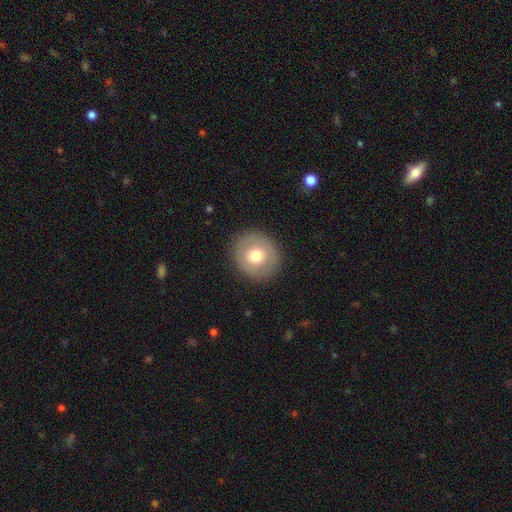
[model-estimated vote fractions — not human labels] smooth-or-featured: smooth: 67% | featured or disk: 25% | star or artifact: 8%
  how-rounded: round: 89% | in between: 10% | cigar-shaped: 1%
  merging: none: 89% | minor disturbance: 7% | major disturbance: 3% | merger: 1%